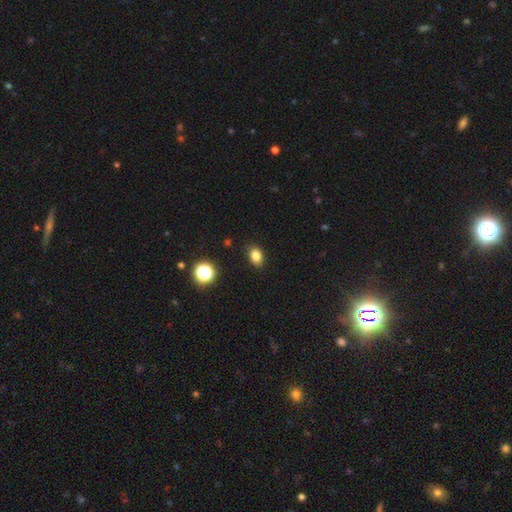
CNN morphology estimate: Overall: smooth (83%). How rounded: in between (75%). Merging: none (86%).